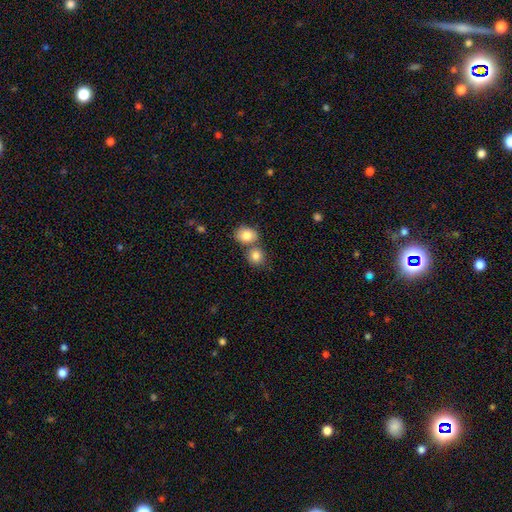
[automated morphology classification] This is clearly a smooth galaxy (83%). How rounded: likely round (76%). Merging: possibly none (48%).